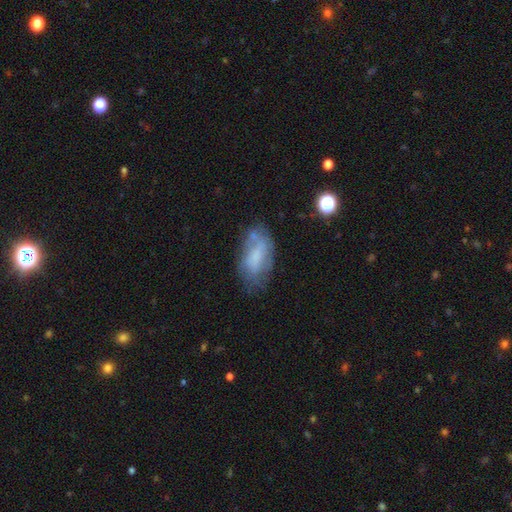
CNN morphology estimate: A smooth galaxy with no disk features (52%) that is in between round and cigar-shaped (88%).

Vote fractions:
- Smooth or featured? smooth: 52% / featured or disk: 38% / star or artifact: 10%
- How rounded? in between: 88% / cigar-shaped: 8% / round: 3%
- Merging? none: 56% / minor disturbance: 27% / major disturbance: 11% / merger: 6%